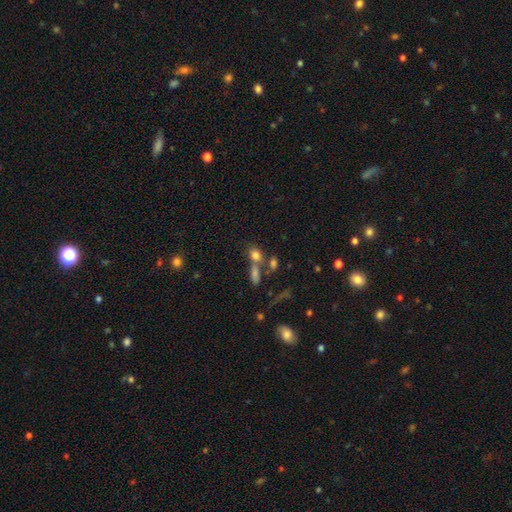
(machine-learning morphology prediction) smooth-or-featured: smooth: 76% | star or artifact: 13% | featured or disk: 11%
  how-rounded: in between: 61% | round: 35% | cigar-shaped: 5%
  merging: none: 43% | merger: 40% | minor disturbance: 11% | major disturbance: 6%